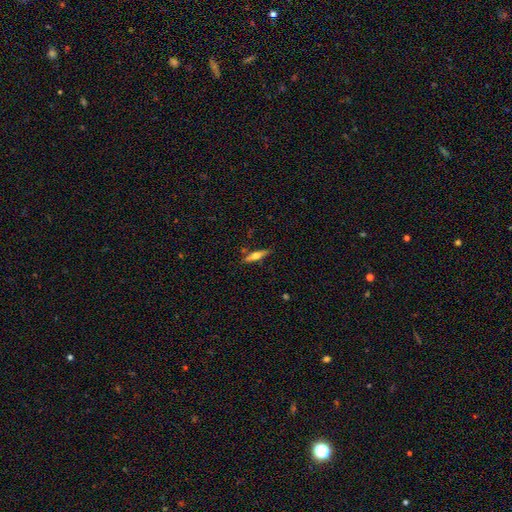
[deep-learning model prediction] A featured or disk galaxy (56%) viewed edge-on (94%) with a rounded central bulge (92%). Merging: none (80%).